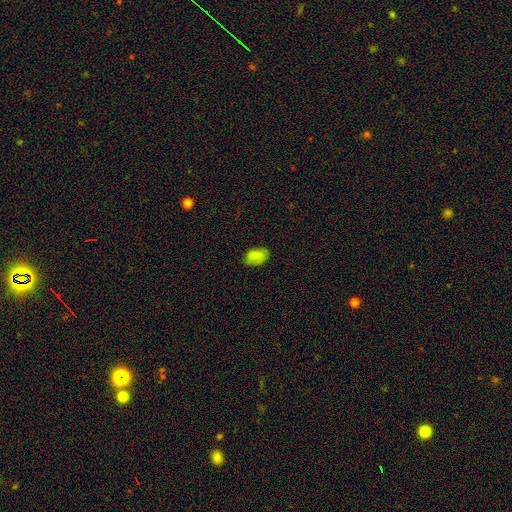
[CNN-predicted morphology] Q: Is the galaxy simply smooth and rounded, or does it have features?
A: smooth — 83%.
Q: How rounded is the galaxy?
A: in between — 89%.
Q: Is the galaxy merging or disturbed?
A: none — 75%.